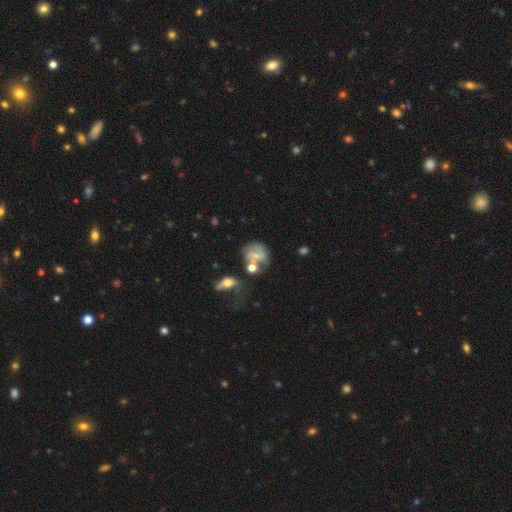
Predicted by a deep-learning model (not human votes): A featured or disk galaxy (49%). Merging: none (37%).